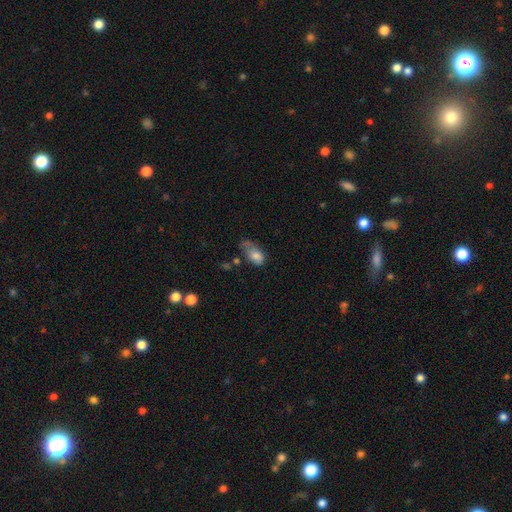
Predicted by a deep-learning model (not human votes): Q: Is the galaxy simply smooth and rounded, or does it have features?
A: smooth — 74%.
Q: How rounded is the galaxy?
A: in between — 90%.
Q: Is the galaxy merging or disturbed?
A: minor disturbance — 33%.